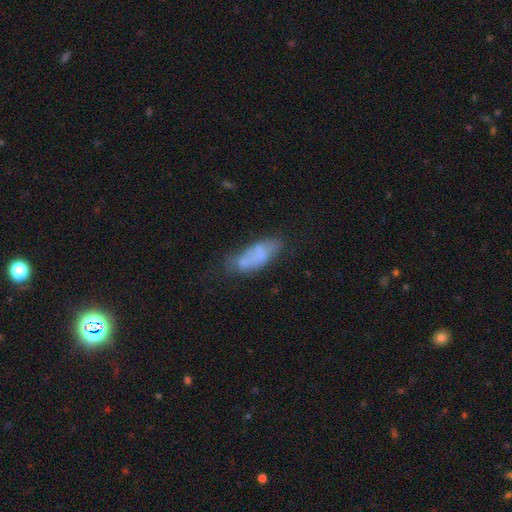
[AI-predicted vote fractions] Overall: smooth (56%; featured or disk 33%). How rounded: in between (71%). Merging: none (46%; minor disturbance 26%).